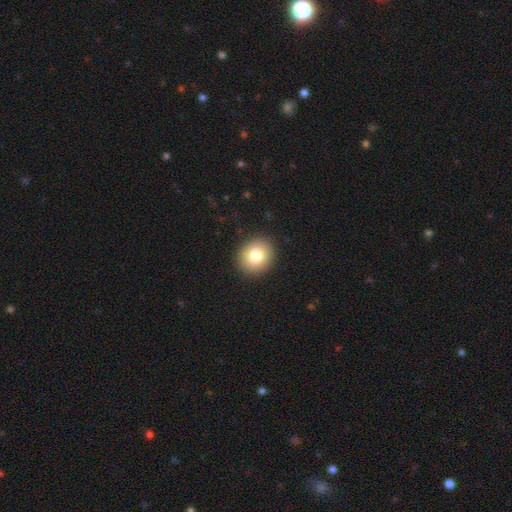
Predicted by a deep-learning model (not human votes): This is clearly a smooth galaxy (80%). How rounded: clearly round (81%). Merging: clearly none (91%).